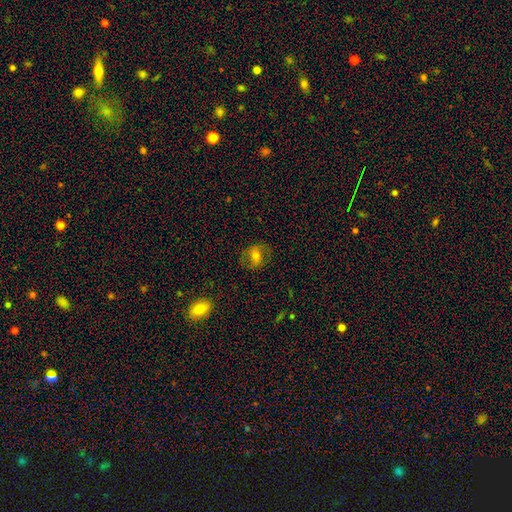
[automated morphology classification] Q: Smooth or featured?
A: smooth (55%); runner-up: featured or disk (34%)
Q: How rounded?
A: round (53%); runner-up: in between (45%)
Q: Merging?
A: none (76%); runner-up: minor disturbance (16%)